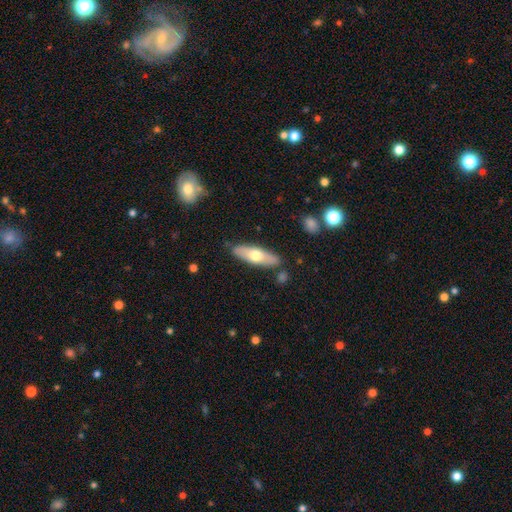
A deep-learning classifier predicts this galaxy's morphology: Smooth or featured? Predicted: smooth (p=0.57). How rounded? Predicted: in between (p=0.51). Merging? Predicted: none (p=0.83).